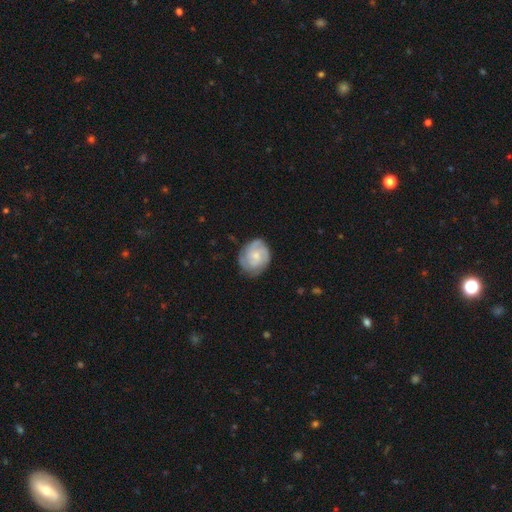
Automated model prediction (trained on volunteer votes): Overall: featured or disk (67%; smooth 27%). Edge-on disk: no (98%). Bar: no (73%). Spiral arms: yes (91%). Spiral arm count: 3 (32%; can't tell 29%). Spiral winding: tight (58%; medium 33%). Bulge size: small (57%; moderate 35%). Merging: none (71%).